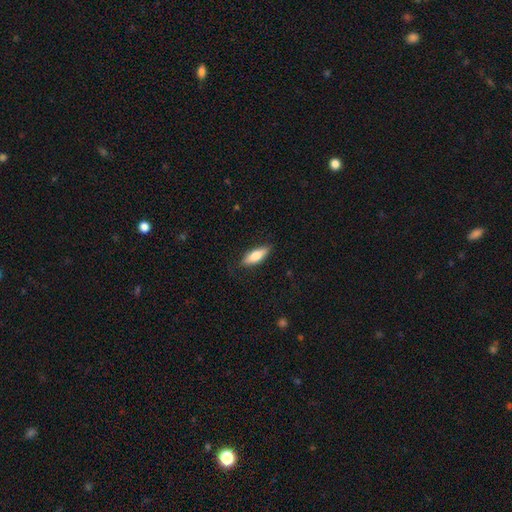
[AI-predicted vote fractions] Q: Smooth or featured?
A: smooth (71%); runner-up: featured or disk (23%)
Q: How rounded?
A: in between (62%); runner-up: cigar-shaped (35%)
Q: Merging?
A: none (83%); runner-up: minor disturbance (14%)